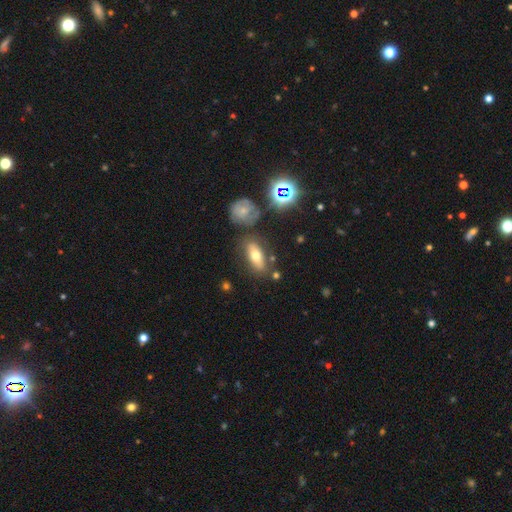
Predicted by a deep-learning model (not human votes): smooth_or_featured: smooth (p=0.60) [alt: featured or disk p=0.28]
how_rounded: in between (p=0.72) [alt: cigar-shaped p=0.22]
merging: none (p=0.72) [alt: minor disturbance p=0.14]